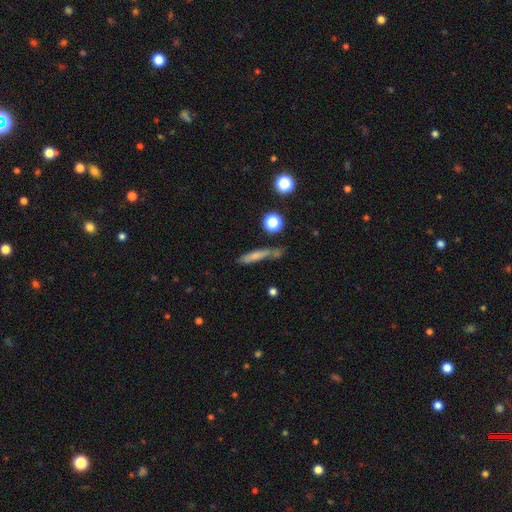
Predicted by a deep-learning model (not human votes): A smooth galaxy with no disk features (69%) that is cigar-shaped (82%).

Vote fractions:
- Smooth or featured? smooth: 69% / featured or disk: 19% / star or artifact: 11%
- How rounded? cigar-shaped: 82% / in between: 13% / round: 5%
- Merging? none: 63% / minor disturbance: 18% / merger: 12% / major disturbance: 7%